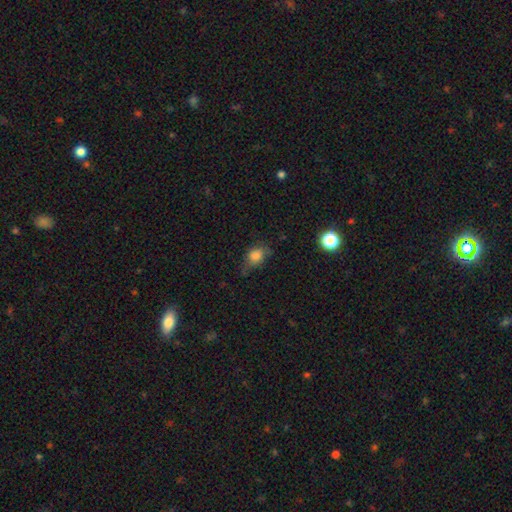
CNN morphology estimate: smooth-or-featured: smooth: 78% | star or artifact: 11% | featured or disk: 11%
  how-rounded: in between: 62% | round: 35% | cigar-shaped: 3%
  merging: none: 48% | minor disturbance: 33% | major disturbance: 16% | merger: 2%